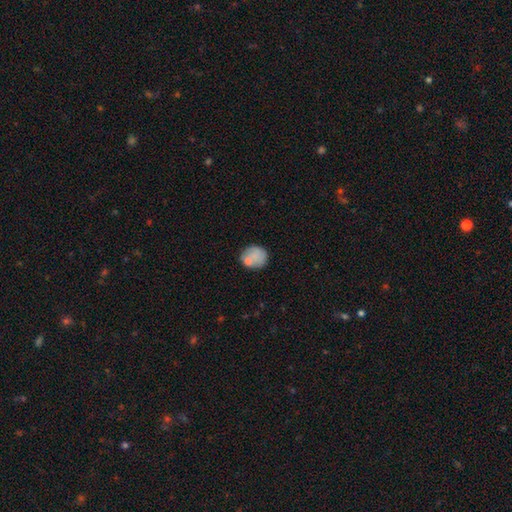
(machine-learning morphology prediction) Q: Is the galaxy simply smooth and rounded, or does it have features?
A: smooth — 77%.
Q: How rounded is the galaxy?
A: round — 78%.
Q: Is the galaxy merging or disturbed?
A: none — 65%.